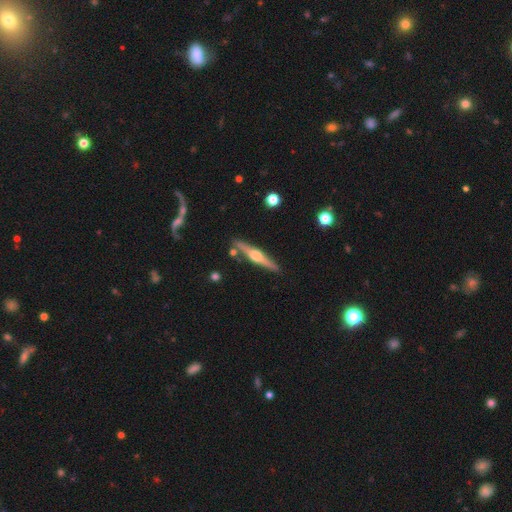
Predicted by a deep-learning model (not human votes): Smooth or featured? Predicted: featured or disk (p=0.78). Edge-on disk? Predicted: yes (p=0.98). Edge-on bulge? Predicted: rounded (p=0.92). Merging? Predicted: none (p=0.86).